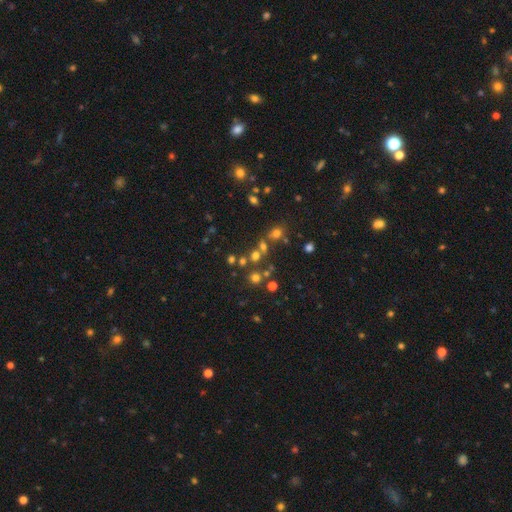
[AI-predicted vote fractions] A smooth galaxy with no disk features (53%) that is round (82%). Merging: none (60%).